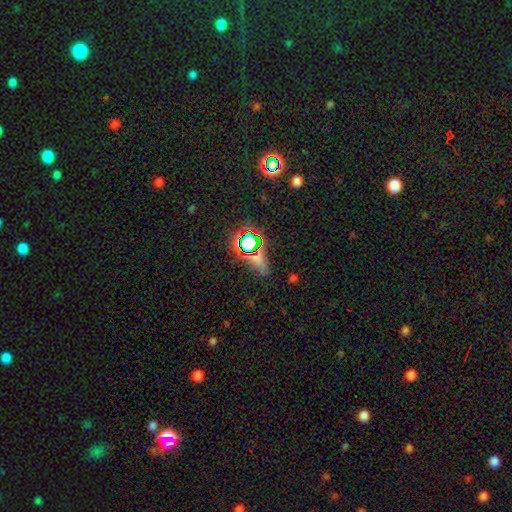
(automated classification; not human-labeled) star or artifact 56%, smooth 33%, featured or disk 11%.